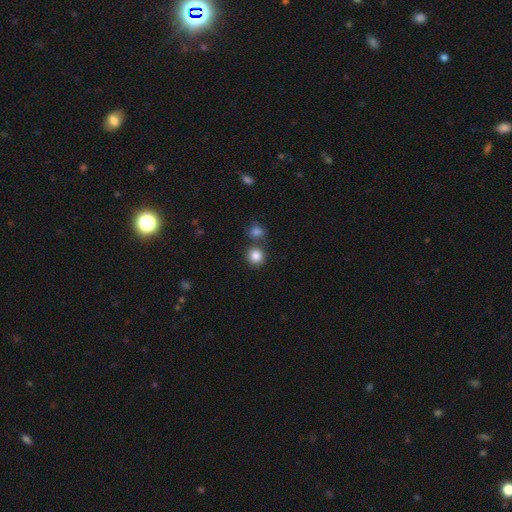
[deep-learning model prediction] The model was most divided on "merging": none: 74%, merger: 15%, minor disturbance: 8%, major disturbance: 3%. More confident: how rounded — round (90%); smooth or featured — smooth (85%).